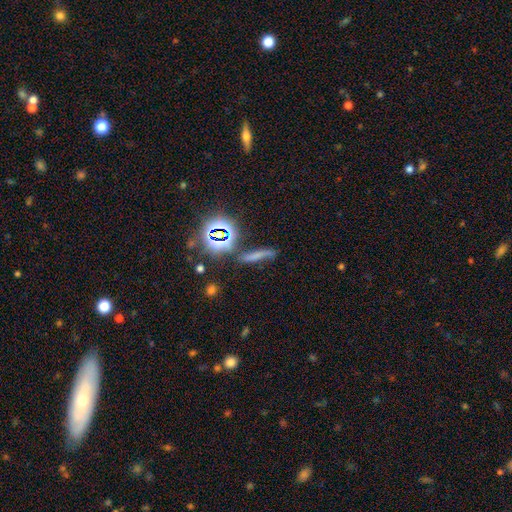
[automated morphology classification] Smooth or featured? smooth (51%)
How rounded? cigar-shaped (81%)
Merging? none (64%)